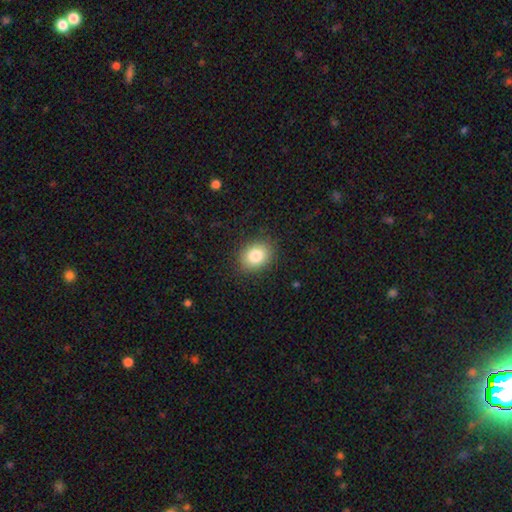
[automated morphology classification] Smooth or featured?
  - smooth: 83% *
  - star or artifact: 9%
  - featured or disk: 8%
How rounded?
  - in between: 55% *
  - round: 44%
  - cigar-shaped: 1%
Merging?
  - none: 86% *
  - minor disturbance: 9%
  - major disturbance: 3%
  - merger: 1%